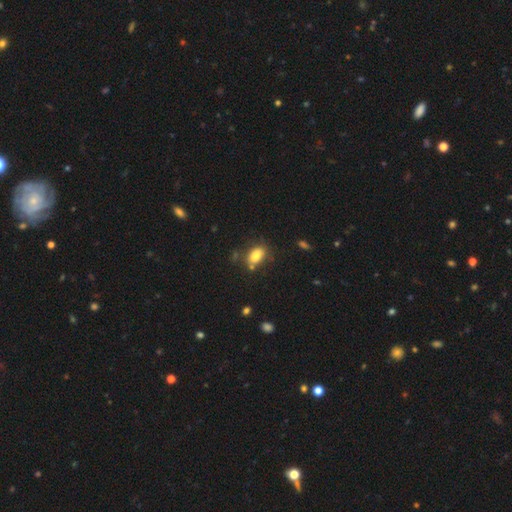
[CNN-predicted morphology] This appears to be a smooth galaxy with no disk features (82%) that is in between round and cigar-shaped (87%). Merging: none (69%).